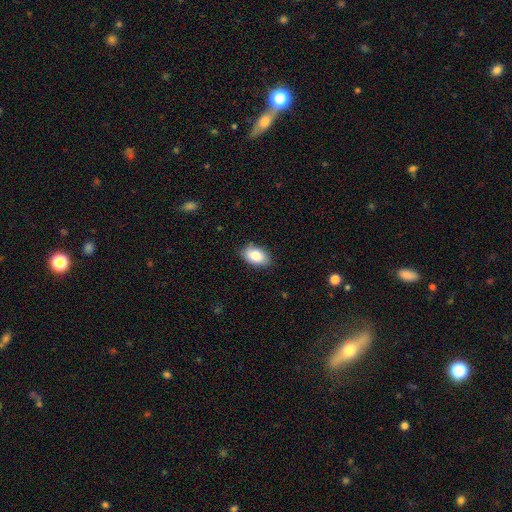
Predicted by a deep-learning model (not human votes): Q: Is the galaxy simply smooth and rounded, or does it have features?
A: smooth — 84%.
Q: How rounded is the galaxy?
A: in between — 91%.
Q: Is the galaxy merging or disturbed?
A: none — 82%.